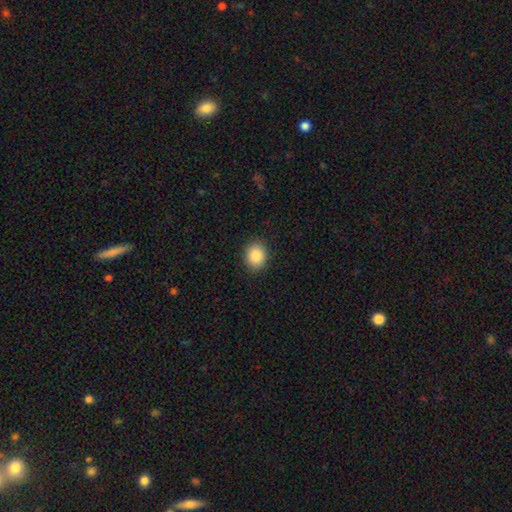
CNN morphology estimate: smooth 88%, star or artifact 8%, featured or disk 4%. Down the decision tree: how rounded — round (63%); merging — none (90%).